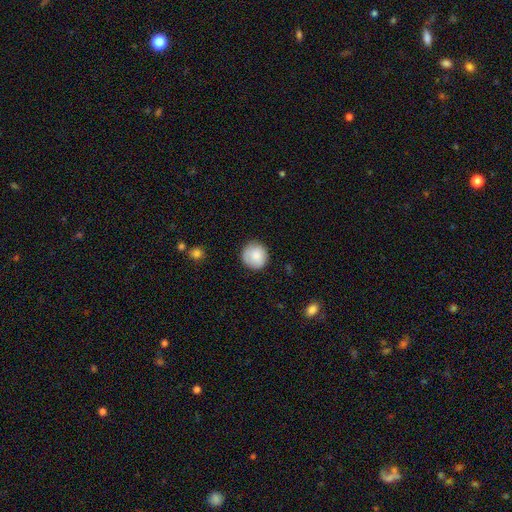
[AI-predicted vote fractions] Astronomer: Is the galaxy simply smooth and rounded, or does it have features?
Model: smooth — 84%.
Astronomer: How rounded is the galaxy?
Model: round — 92%.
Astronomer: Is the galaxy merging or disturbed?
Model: none — 83%.